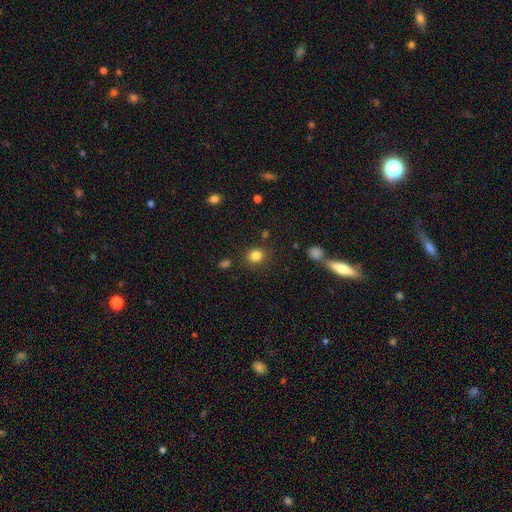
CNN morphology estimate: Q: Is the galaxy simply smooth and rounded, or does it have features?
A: smooth — 83%.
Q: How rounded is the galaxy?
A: round — 72%.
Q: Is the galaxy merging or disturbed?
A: none — 84%.